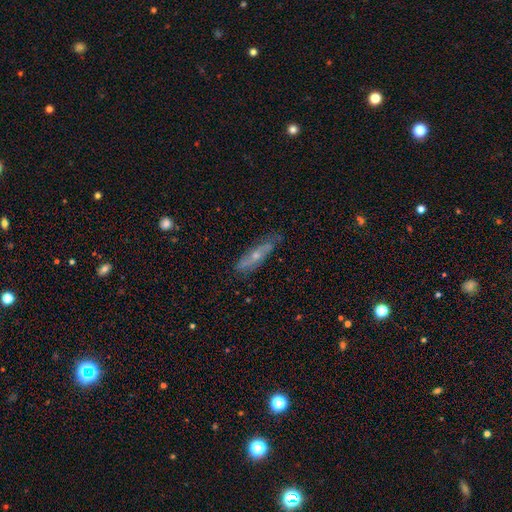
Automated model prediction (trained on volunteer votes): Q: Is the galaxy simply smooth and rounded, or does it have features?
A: featured or disk — 58%.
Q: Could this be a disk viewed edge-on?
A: yes — 54%.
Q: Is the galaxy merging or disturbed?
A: none — 74%.